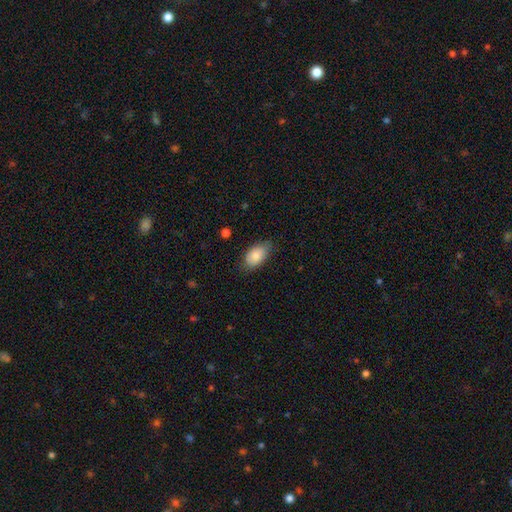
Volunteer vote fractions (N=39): smooth_or_featured: smooth (p=0.92) [alt: star or artifact p=0.05]
how_rounded: in between (p=0.94) [alt: round p=0.03]
merging: none (p=0.73) [alt: minor disturbance p=0.22]